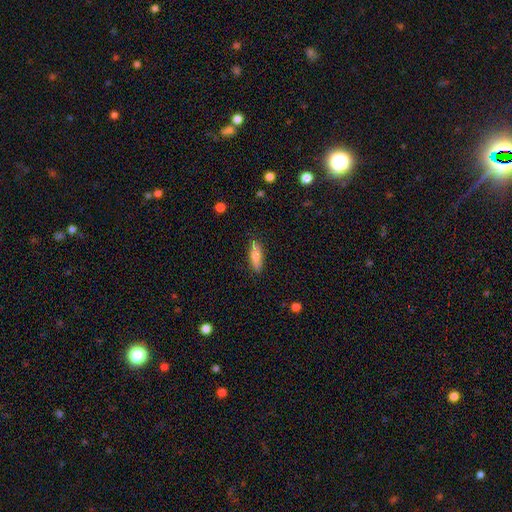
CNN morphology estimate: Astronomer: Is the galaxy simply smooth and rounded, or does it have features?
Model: smooth — 80%.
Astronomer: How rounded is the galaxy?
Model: in between — 53% (runner-up: cigar-shaped, 45%).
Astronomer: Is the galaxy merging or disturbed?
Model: none — 81%.